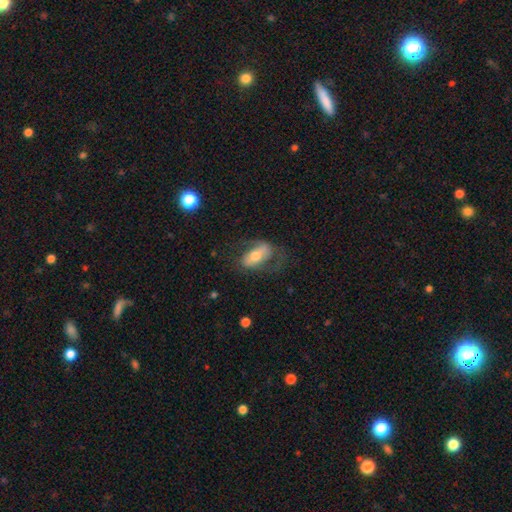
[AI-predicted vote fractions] smooth_or_featured: featured or disk (p=0.52) [alt: smooth p=0.41]
disk_edge_on: no (p=0.89) [alt: yes p=0.11]
merging: none (p=0.55) [alt: major disturbance p=0.22]